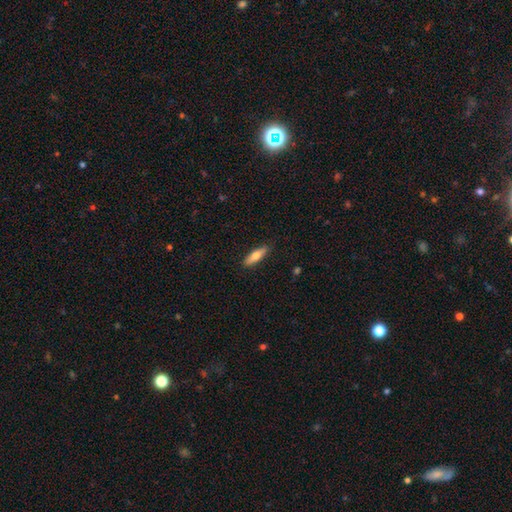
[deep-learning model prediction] Smooth or featured? Predicted: smooth (p=0.69). How rounded? Predicted: cigar-shaped (p=0.55). Merging? Predicted: none (p=0.88).